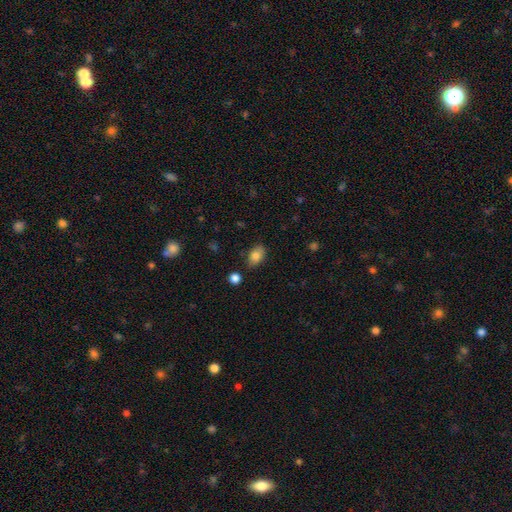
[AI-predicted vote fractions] Morphology: type=smooth (84%); roundness=in between (87%); merging=none (82%).